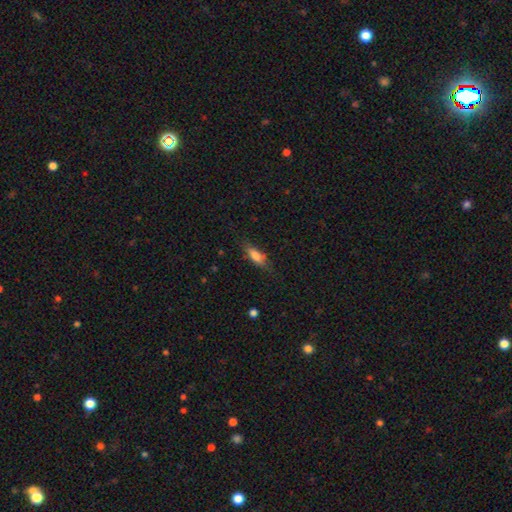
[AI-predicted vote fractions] This appears to be a smooth galaxy with no disk features (73%) that is in between round and cigar-shaped (56%). Merging: none (74%).